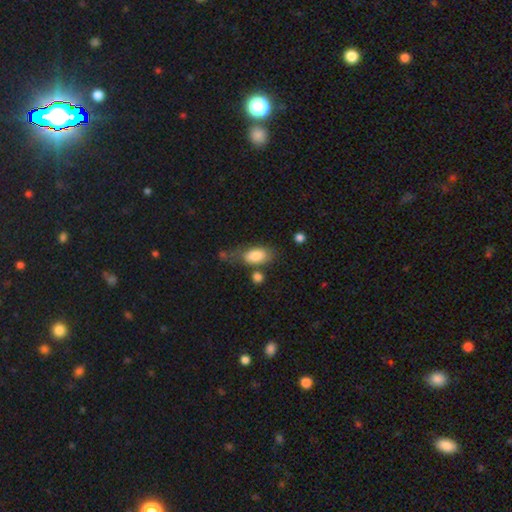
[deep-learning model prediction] A smooth galaxy with no disk features (82%) that is in between round and cigar-shaped (89%). Merging: none (47%).